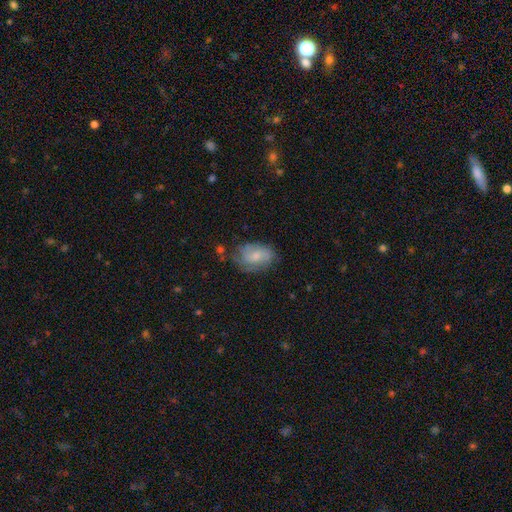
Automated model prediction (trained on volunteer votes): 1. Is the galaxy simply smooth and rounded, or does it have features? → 47% smooth, 46% featured or disk, 8% star or artifact.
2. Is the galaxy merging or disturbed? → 60% none, 27% minor disturbance, 11% major disturbance, 3% merger.